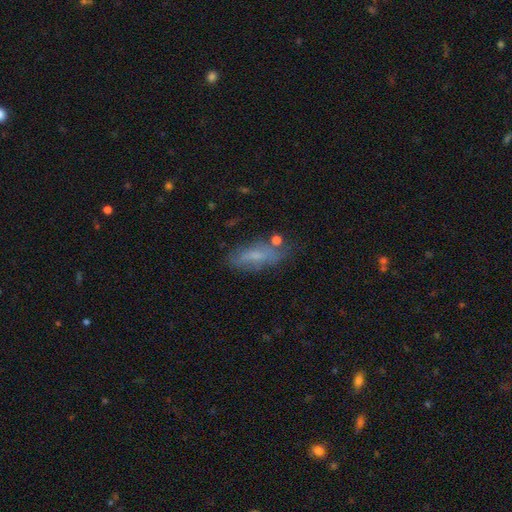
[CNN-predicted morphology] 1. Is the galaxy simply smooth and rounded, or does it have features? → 59% smooth, 32% featured or disk, 9% star or artifact.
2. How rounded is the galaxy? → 62% in between, 35% cigar-shaped, 3% round.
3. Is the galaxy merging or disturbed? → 60% none, 24% minor disturbance, 10% major disturbance, 6% merger.